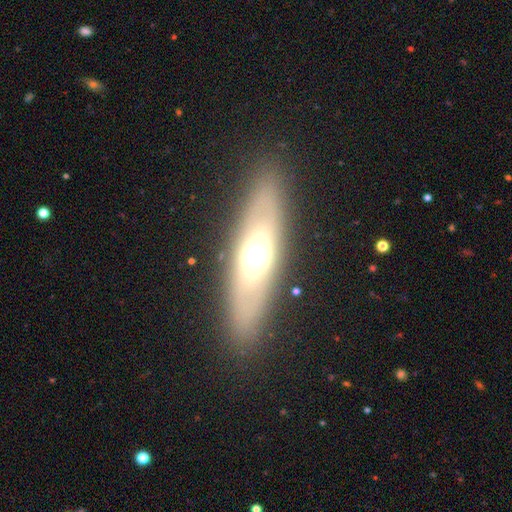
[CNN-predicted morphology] Smooth or featured? featured or disk (51%)
Edge-on disk? yes (52%)
Merging? none (87%)